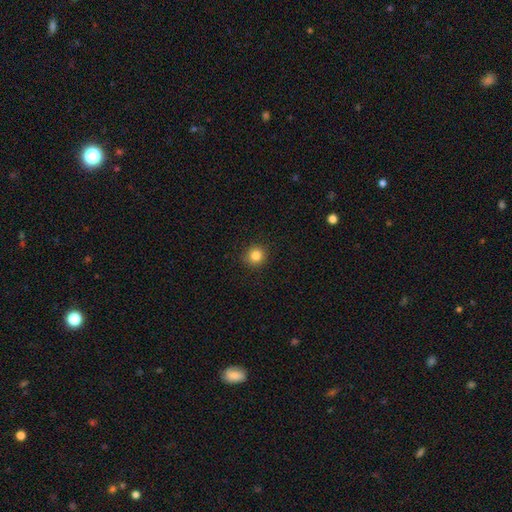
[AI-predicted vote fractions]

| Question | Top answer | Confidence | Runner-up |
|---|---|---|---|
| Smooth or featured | smooth | 84% | star or artifact (11%) |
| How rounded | round | 93% | in between (6%) |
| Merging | none | 91% | minor disturbance (6%) |